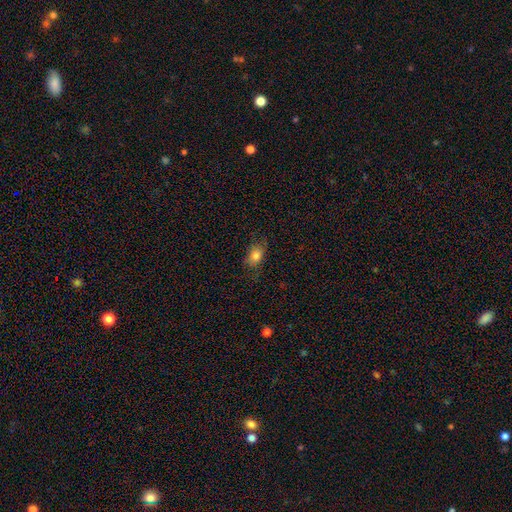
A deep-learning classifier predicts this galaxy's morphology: Smooth or featured?
  - smooth: 82% *
  - star or artifact: 10%
  - featured or disk: 9%
How rounded?
  - in between: 78% *
  - round: 19%
  - cigar-shaped: 3%
Merging?
  - none: 72% *
  - minor disturbance: 20%
  - major disturbance: 7%
  - merger: 1%